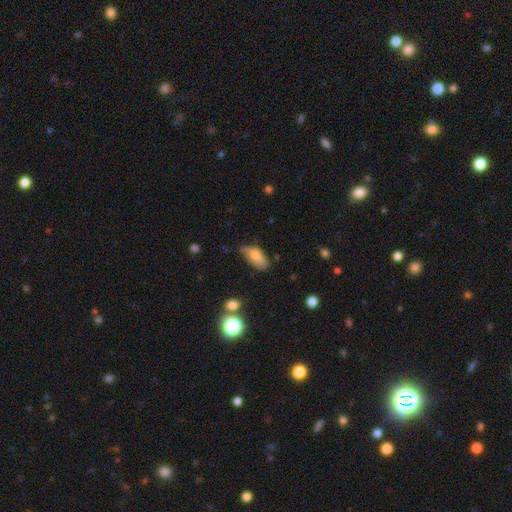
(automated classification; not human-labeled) Q: Smooth or featured?
A: smooth (74%); runner-up: featured or disk (18%)
Q: How rounded?
A: in between (88%); runner-up: cigar-shaped (8%)
Q: Merging?
A: none (49%); runner-up: minor disturbance (39%)